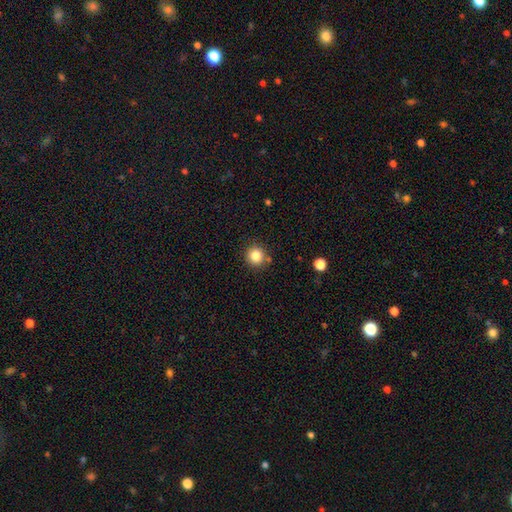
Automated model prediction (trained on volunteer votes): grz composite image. It shows a smooth galaxy with no disk features (84%) that is round (93%). Merging: none (86%).